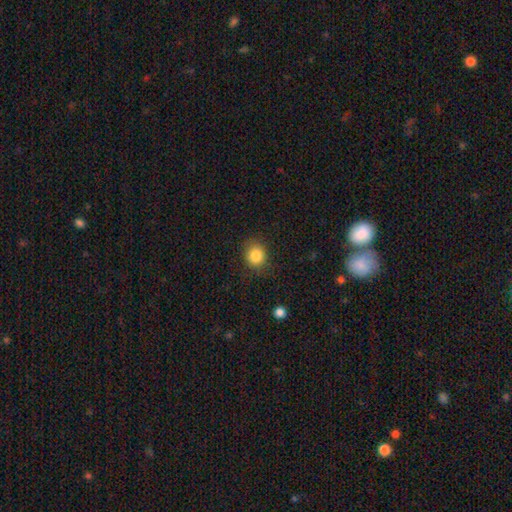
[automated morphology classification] Smooth or featured?
  - smooth: 85% *
  - star or artifact: 10%
  - featured or disk: 5%
How rounded?
  - round: 80% *
  - in between: 19%
  - cigar-shaped: 1%
Merging?
  - none: 85% *
  - minor disturbance: 11%
  - major disturbance: 3%
  - merger: 1%